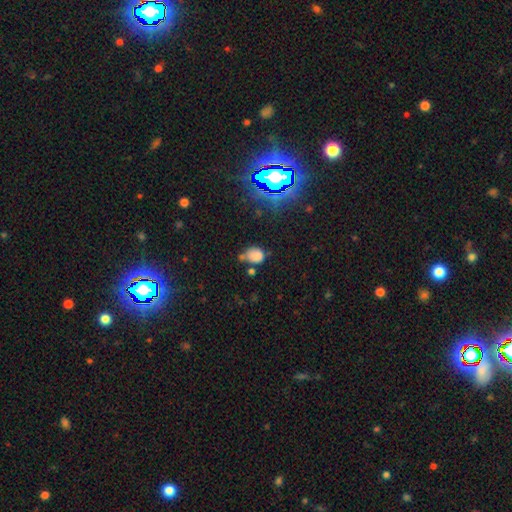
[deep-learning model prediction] Smooth or featured? smooth (75%)
How rounded? round (54%)
Merging? none (48%)